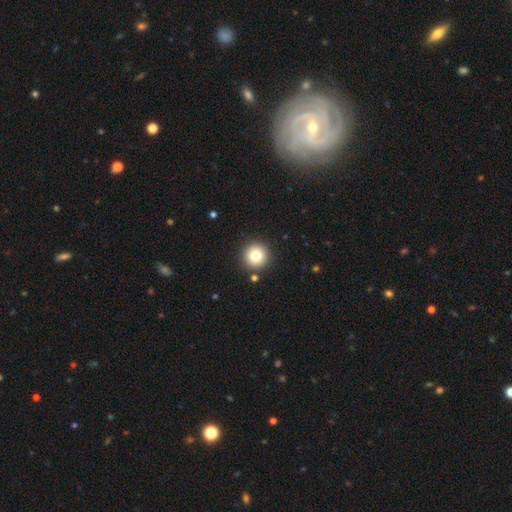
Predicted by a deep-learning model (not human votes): Smooth or featured? smooth (80%)
How rounded? round (96%)
Merging? none (90%)